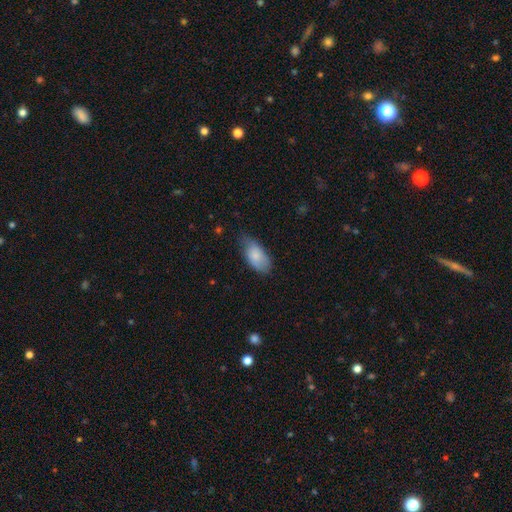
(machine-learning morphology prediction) type=smooth (81%); roundness=in between (93%); merging=none (51%).